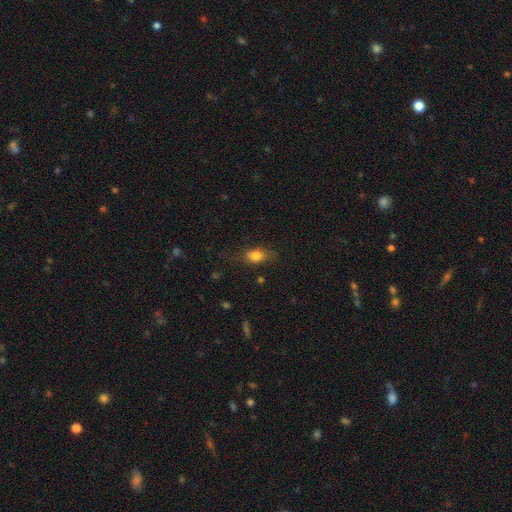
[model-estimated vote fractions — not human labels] This appears to be a smooth galaxy with no disk features (79%) that is in between round and cigar-shaped (74%). Merging: none (71%).